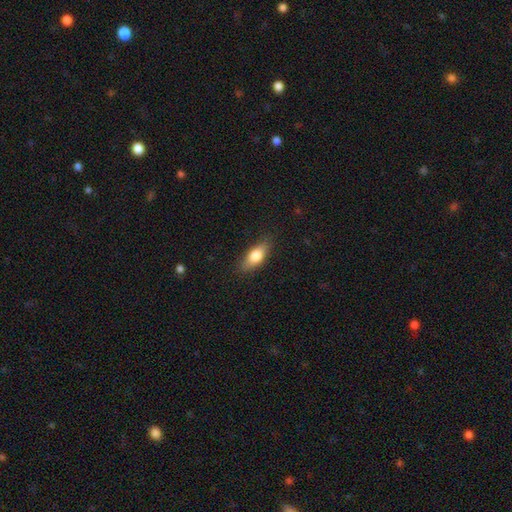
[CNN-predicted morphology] A smooth galaxy with no disk features (75%) that is in between round and cigar-shaped (74%). Merging: none (83%).